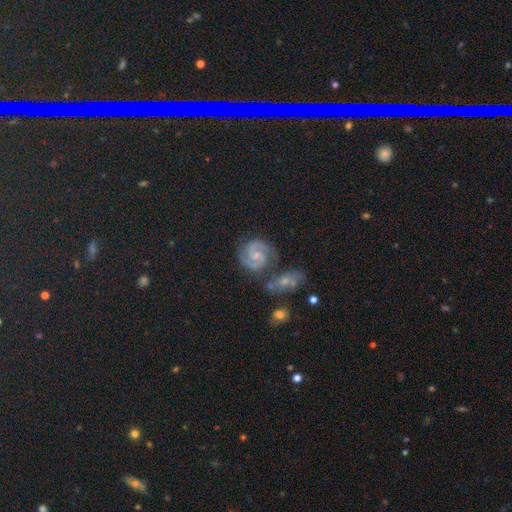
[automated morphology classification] This is likely a featured or disk galaxy (79%). It is clearly not viewed edge-on (98%). Bar: possibly no (55%). Spiral arm pattern: clearly yes (97%). Spiral arm count: clearly 2 (88%). Spiral winding: possibly medium (46%, tied with tight). Central bulge: likely small (62%). Merging: likely none (66%).